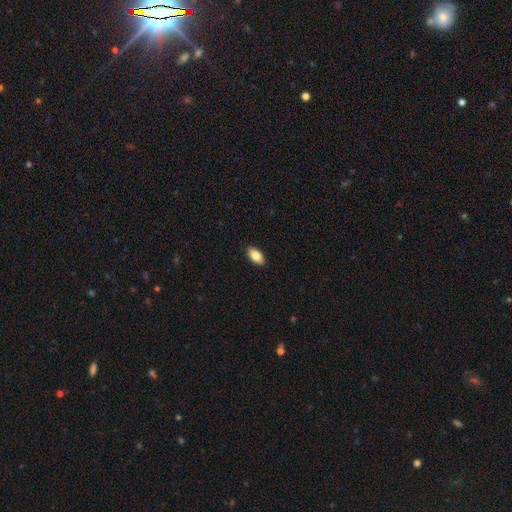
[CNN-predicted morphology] This appears to be a smooth galaxy with no disk features (83%) that is in between round and cigar-shaped (92%). Merging: none (89%).